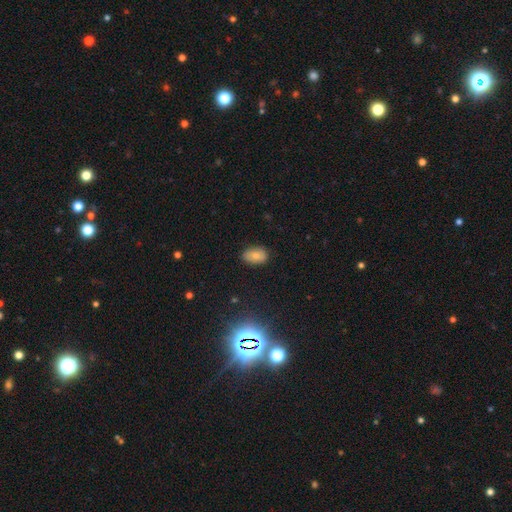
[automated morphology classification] A smooth galaxy with no disk features (76%) that is in between round and cigar-shaped (89%). Merging: none (82%).